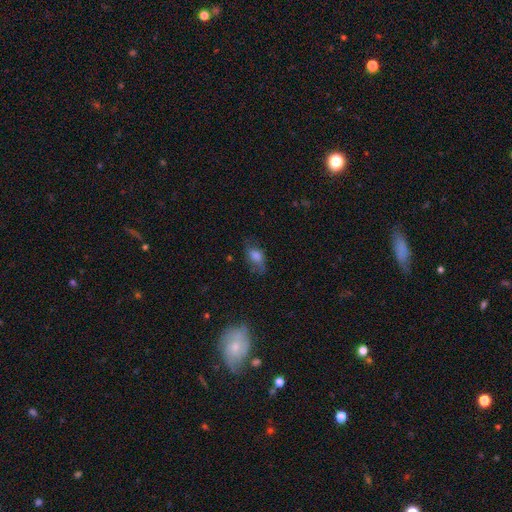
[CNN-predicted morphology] A smooth galaxy with no disk features (65%) that is in between round and cigar-shaped (82%). Merging: none (56%).